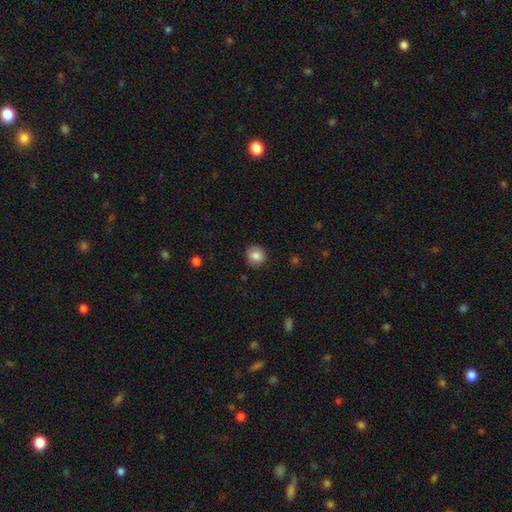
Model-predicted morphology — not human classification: smooth_or_featured: smooth (p=0.85) [alt: star or artifact p=0.09]
how_rounded: round (p=0.87) [alt: in between p=0.12]
merging: none (p=0.89) [alt: minor disturbance p=0.08]